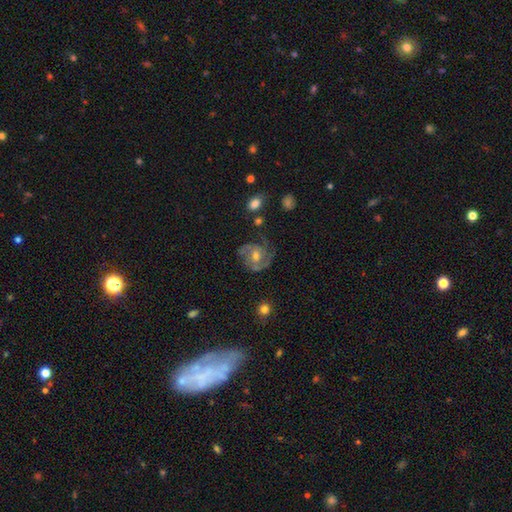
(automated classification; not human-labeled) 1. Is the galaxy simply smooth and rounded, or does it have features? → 80% featured or disk, 13% smooth, 7% star or artifact.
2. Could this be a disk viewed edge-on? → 98% no, 2% yes.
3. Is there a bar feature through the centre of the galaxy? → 64% no, 30% weak, 6% strong.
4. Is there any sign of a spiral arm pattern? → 94% yes, 6% no.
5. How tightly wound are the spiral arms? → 46% medium, 41% tight, 12% loose.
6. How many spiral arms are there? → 39% 3, 31% 2, 15% can't tell, 6% 4, 5% 1, 4% more than 4.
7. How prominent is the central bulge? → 65% moderate, 27% small, 5% large, 2% none, 1% dominant.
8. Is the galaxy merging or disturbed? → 65% none, 21% minor disturbance, 11% major disturbance, 2% merger.